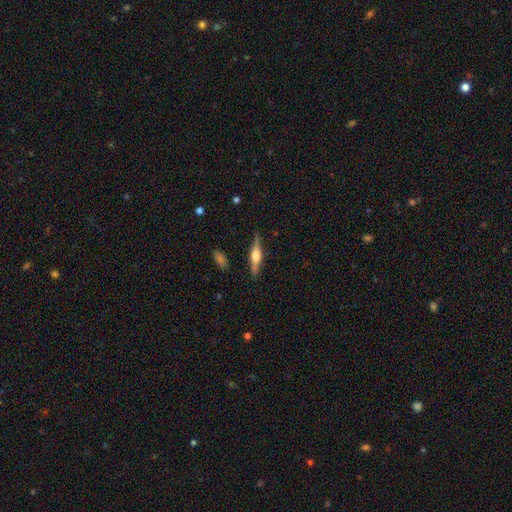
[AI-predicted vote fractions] Smooth or featured? Predicted: featured or disk (p=0.68). Edge-on disk? Predicted: yes (p=0.97). Edge-on bulge? Predicted: rounded (p=0.82). Merging? Predicted: none (p=0.86).